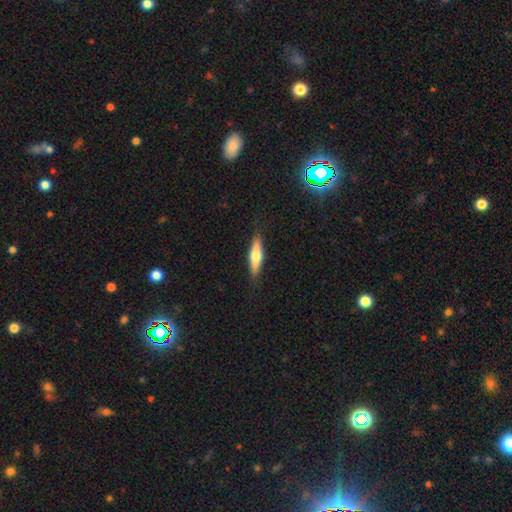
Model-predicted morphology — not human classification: Overall: smooth (50%; featured or disk 44%). How rounded: cigar-shaped (71%). Merging: none (87%).